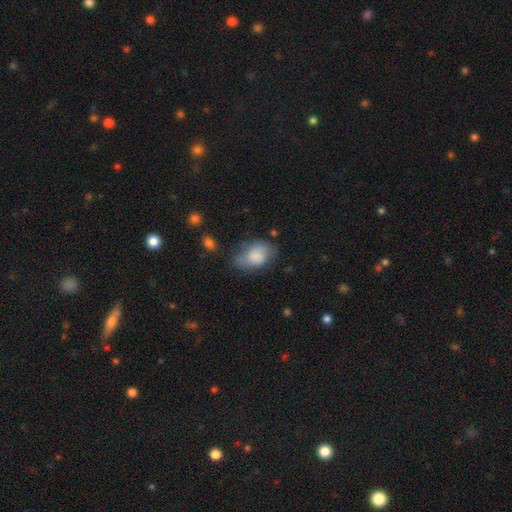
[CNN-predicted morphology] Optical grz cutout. It shows a smooth galaxy with no disk features (78%) that is in between round and cigar-shaped (81%). Merging: none (54%).